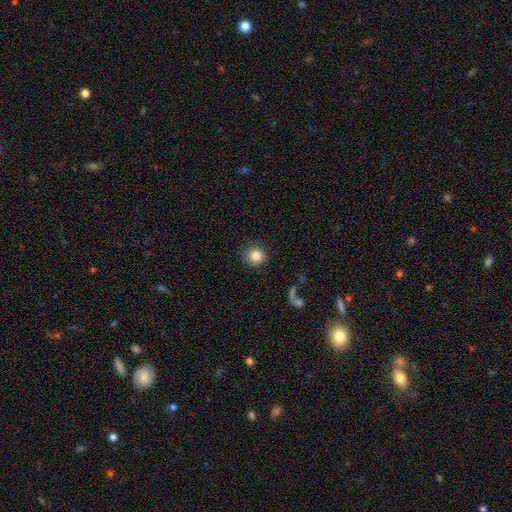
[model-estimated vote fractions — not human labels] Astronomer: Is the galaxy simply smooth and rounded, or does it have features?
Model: smooth — 85%.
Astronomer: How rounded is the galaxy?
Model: round — 92%.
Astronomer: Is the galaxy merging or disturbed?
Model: none — 86%.